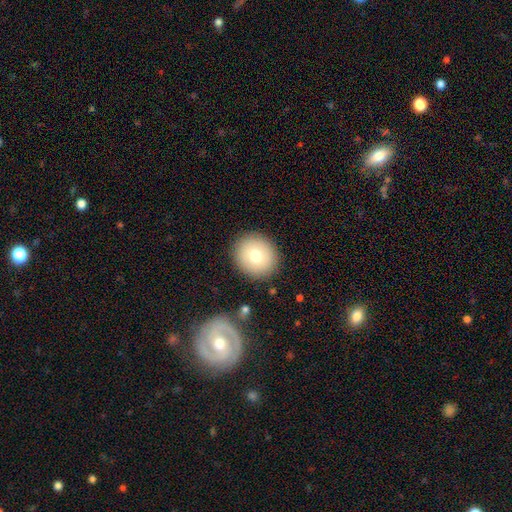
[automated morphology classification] Smooth or featured?
  - smooth: 75% *
  - featured or disk: 16%
  - star or artifact: 9%
How rounded?
  - round: 86% *
  - in between: 13%
  - cigar-shaped: 1%
Merging?
  - none: 88% *
  - minor disturbance: 8%
  - major disturbance: 3%
  - merger: 2%